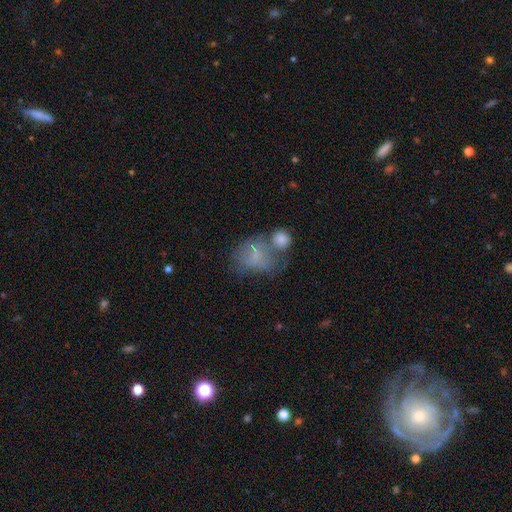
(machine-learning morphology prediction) Smooth or featured: smooth — 59% (featured or disk — 30%)
How rounded: in between — 56% (round — 42%)
Merging: merger — 37% (none — 27%)